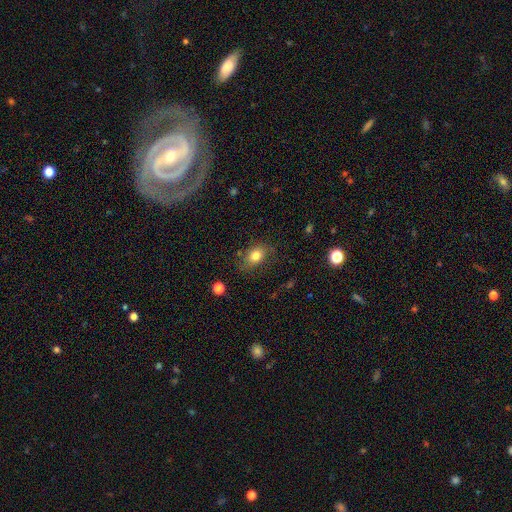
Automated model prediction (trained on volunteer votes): Smooth or featured: smooth — 79% (featured or disk — 11%)
How rounded: in between — 72% (round — 27%)
Merging: none — 74% (minor disturbance — 18%)